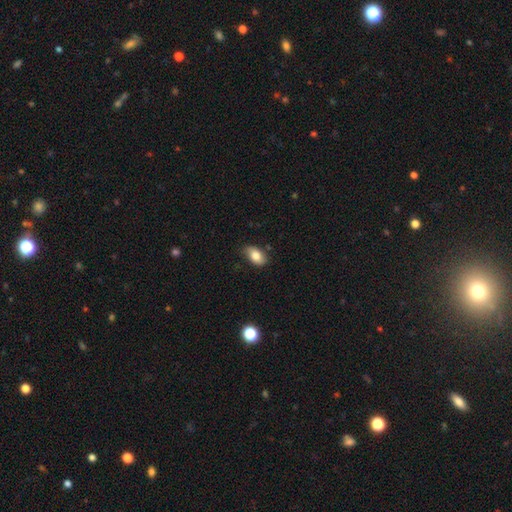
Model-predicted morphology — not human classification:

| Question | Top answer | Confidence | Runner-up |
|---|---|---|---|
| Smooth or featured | smooth | 80% | featured or disk (12%) |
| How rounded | in between | 91% | round (7%) |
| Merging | none | 75% | minor disturbance (20%) |